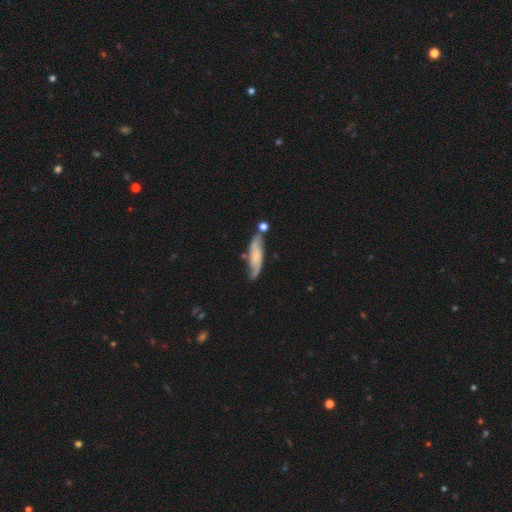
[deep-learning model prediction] Smooth or featured: featured or disk — 51% (smooth — 43%)
Edge-on disk: no — 66% (yes — 34%)
Merging: none — 59% (minor disturbance — 23%)